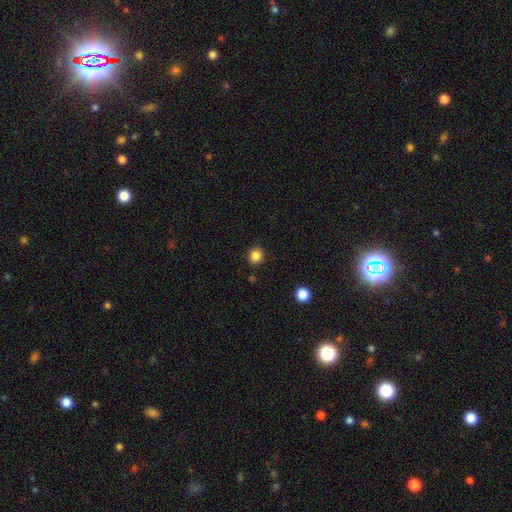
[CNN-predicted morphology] Overall: smooth (85%). How rounded: round (91%). Merging: none (91%).